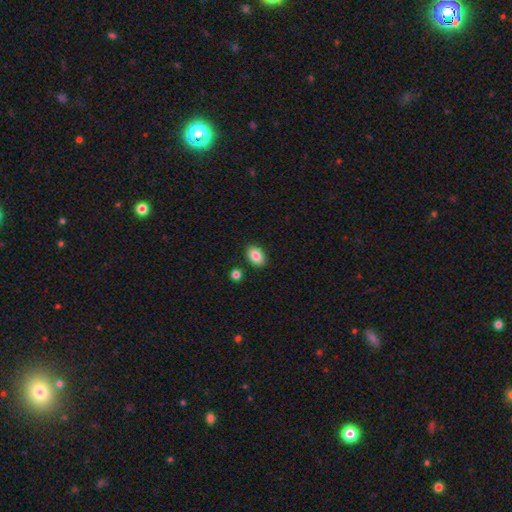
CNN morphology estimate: smooth-or-featured: smooth: 87% | star or artifact: 8% | featured or disk: 5%
  how-rounded: in between: 86% | round: 12% | cigar-shaped: 1%
  merging: none: 86% | minor disturbance: 9% | merger: 3% | major disturbance: 2%